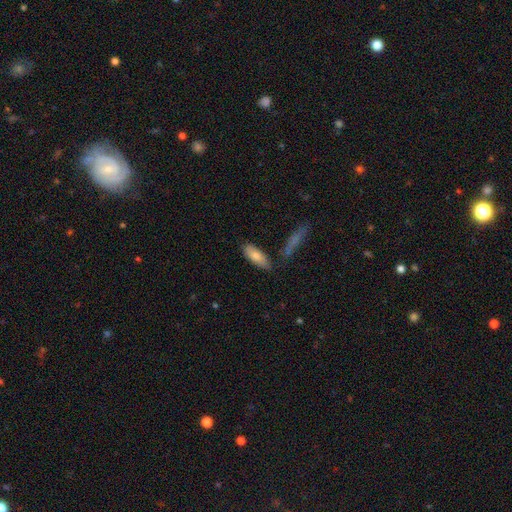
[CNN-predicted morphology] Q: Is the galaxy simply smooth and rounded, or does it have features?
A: smooth — 78%.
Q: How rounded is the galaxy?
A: in between — 70%.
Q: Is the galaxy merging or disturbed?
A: none — 76%.